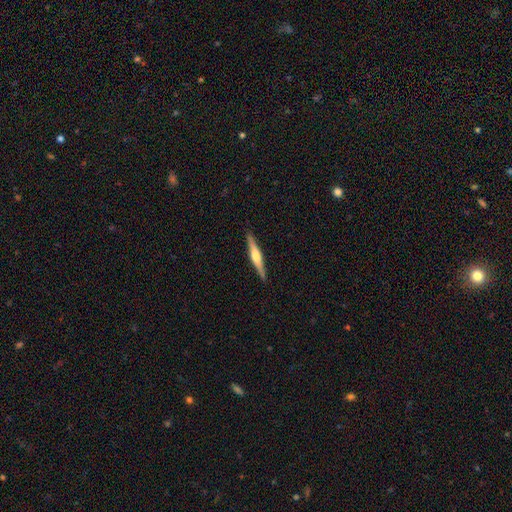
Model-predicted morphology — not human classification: Overall: featured or disk (69%). Edge-on disk: yes (98%). Edge-on bulge: rounded (84%). Merging: none (91%).